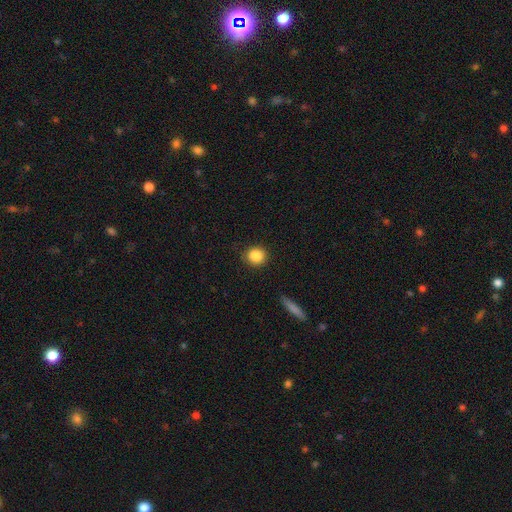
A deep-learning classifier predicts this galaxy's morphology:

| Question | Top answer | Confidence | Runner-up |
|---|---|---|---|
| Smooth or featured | smooth | 88% | star or artifact (9%) |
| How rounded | round | 87% | in between (12%) |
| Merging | none | 87% | minor disturbance (9%) |